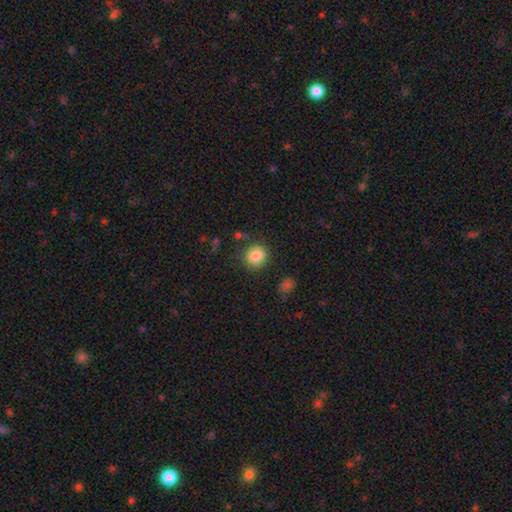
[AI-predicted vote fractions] The model was most divided on "merging": none: 83%, minor disturbance: 10%, major disturbance: 4%, merger: 3%. More confident: how rounded — round (88%); smooth or featured — smooth (86%).